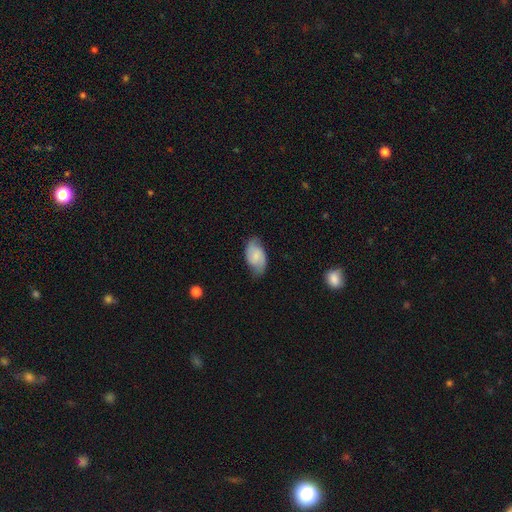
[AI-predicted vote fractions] The model was most divided on "smooth or featured": smooth: 50%, featured or disk: 43%, star or artifact: 7%. More confident: merging — none (71%).